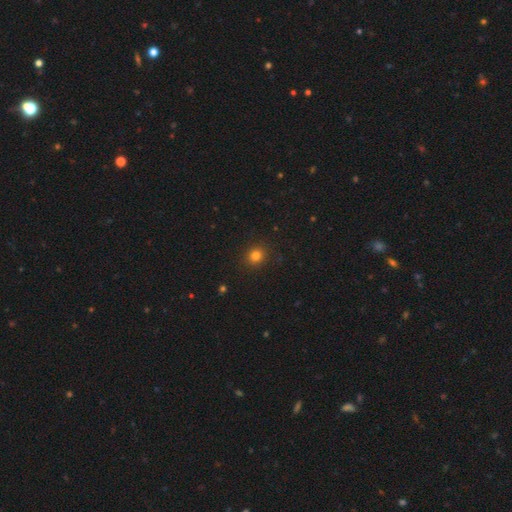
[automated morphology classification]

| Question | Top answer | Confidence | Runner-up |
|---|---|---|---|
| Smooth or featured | smooth | 80% | star or artifact (14%) |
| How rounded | round | 82% | in between (17%) |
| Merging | none | 90% | minor disturbance (7%) |